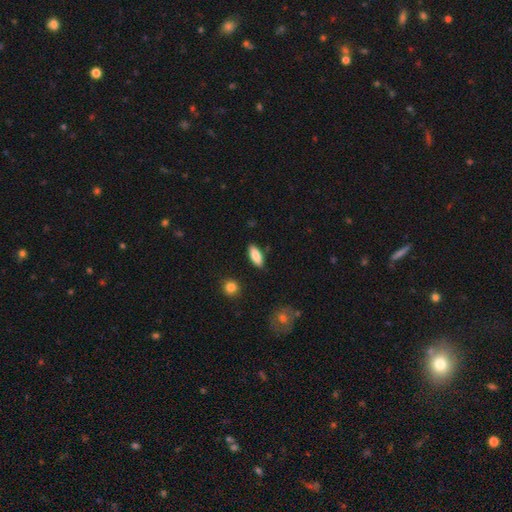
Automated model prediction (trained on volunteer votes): A smooth galaxy with no disk features (86%) that is in between round and cigar-shaped (77%).

Vote fractions:
- Smooth or featured? smooth: 86% / featured or disk: 8% / star or artifact: 6%
- How rounded? in between: 77% / cigar-shaped: 21% / round: 2%
- Merging? none: 86% / minor disturbance: 10% / major disturbance: 2% / merger: 2%